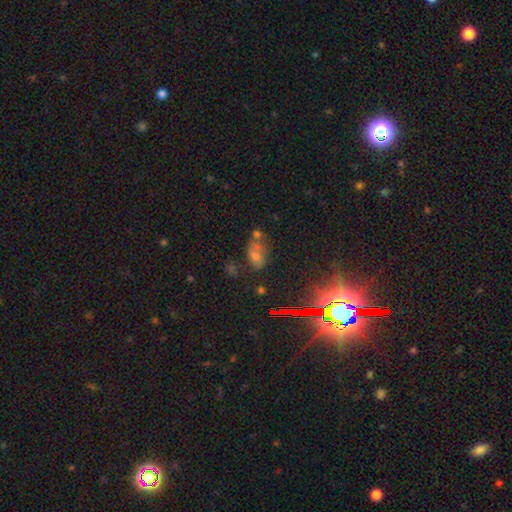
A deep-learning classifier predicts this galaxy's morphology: Smooth or featured?
  - smooth: 53% *
  - star or artifact: 28%
  - featured or disk: 19%
How rounded?
  - in between: 86% *
  - round: 11%
  - cigar-shaped: 3%
Merging?
  - none: 40% *
  - merger: 27%
  - minor disturbance: 21%
  - major disturbance: 13%